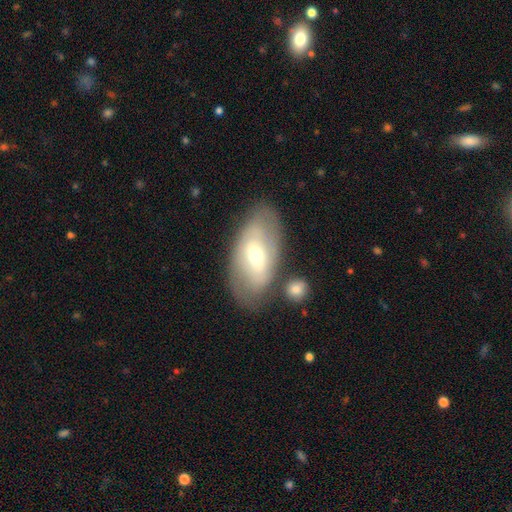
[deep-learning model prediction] Q: Smooth or featured?
A: featured or disk (55%); runner-up: smooth (38%)
Q: Edge-on disk?
A: no (88%); runner-up: yes (12%)
Q: Merging?
A: none (71%); runner-up: minor disturbance (16%)